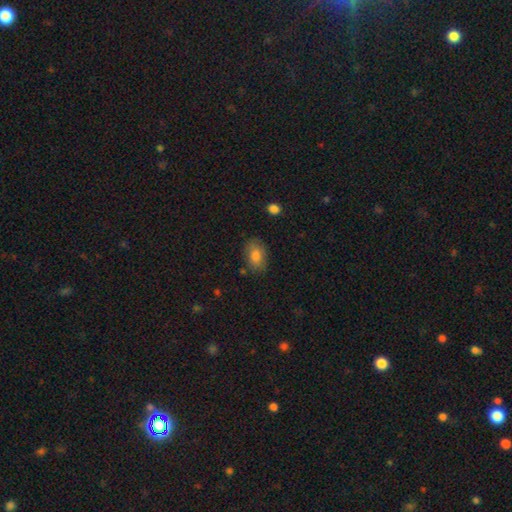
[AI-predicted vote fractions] Smooth or featured? smooth (82%)
How rounded? in between (81%)
Merging? none (80%)